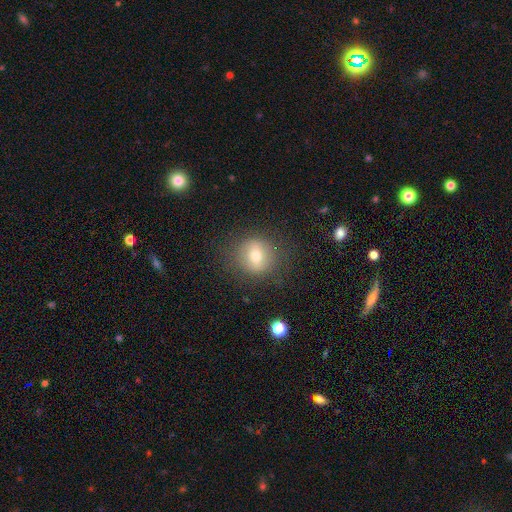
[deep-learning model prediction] Q: Smooth or featured?
A: smooth (66%); runner-up: featured or disk (23%)
Q: How rounded?
A: round (84%); runner-up: in between (15%)
Q: Merging?
A: none (83%); runner-up: minor disturbance (11%)